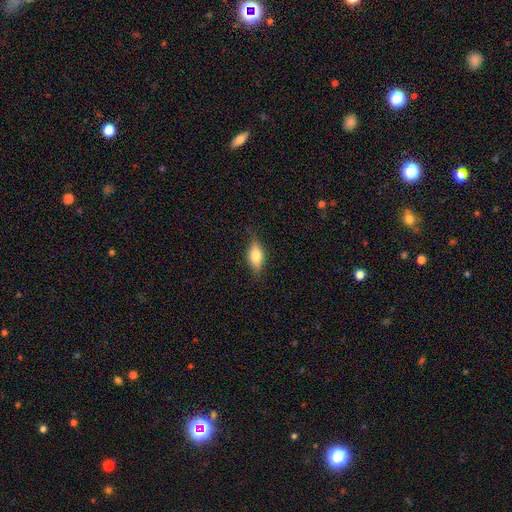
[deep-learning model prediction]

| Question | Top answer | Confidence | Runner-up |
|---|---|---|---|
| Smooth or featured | smooth | 69% | featured or disk (24%) |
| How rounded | in between | 82% | cigar-shaped (13%) |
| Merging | none | 79% | minor disturbance (17%) |